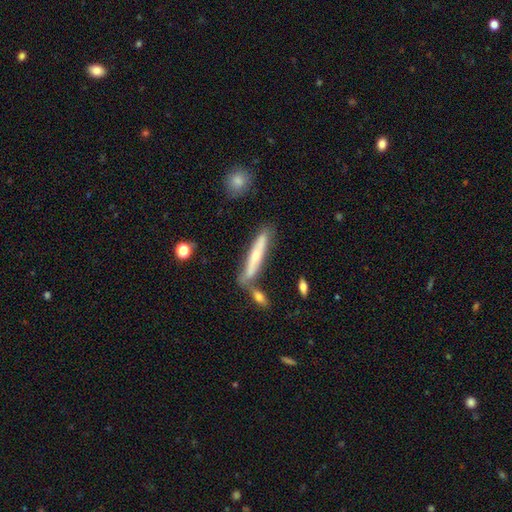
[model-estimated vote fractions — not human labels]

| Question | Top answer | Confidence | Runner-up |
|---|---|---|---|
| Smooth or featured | featured or disk | 54% | smooth (40%) |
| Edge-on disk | yes | 86% | no (14%) |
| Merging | none | 69% | minor disturbance (14%) |